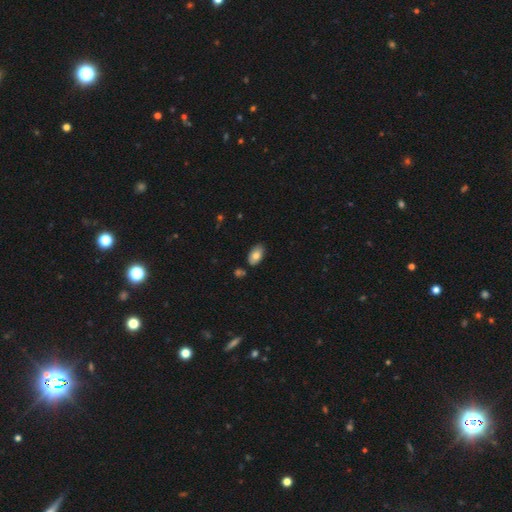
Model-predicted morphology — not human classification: Smooth or featured?
  - smooth: 79% *
  - featured or disk: 14%
  - star or artifact: 7%
How rounded?
  - in between: 94% *
  - round: 4%
  - cigar-shaped: 2%
Merging?
  - none: 80% *
  - minor disturbance: 14%
  - merger: 4%
  - major disturbance: 2%